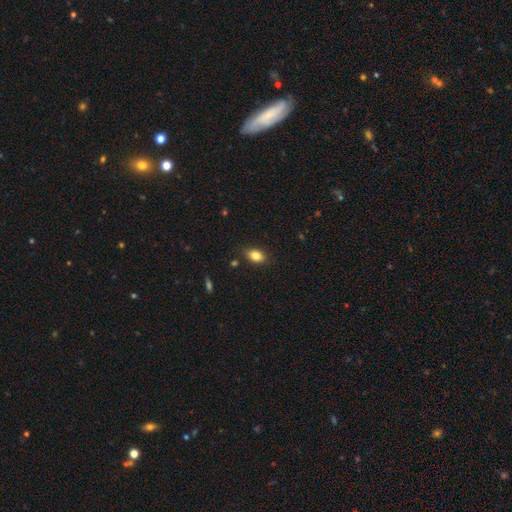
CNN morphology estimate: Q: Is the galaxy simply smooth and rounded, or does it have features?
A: smooth — 83%.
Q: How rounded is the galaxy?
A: in between — 83%.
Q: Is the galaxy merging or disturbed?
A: none — 84%.